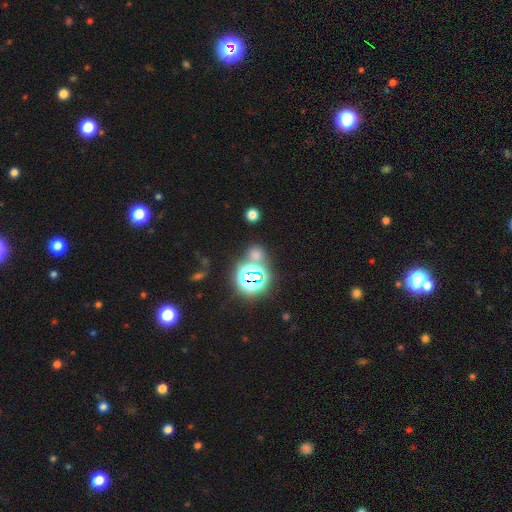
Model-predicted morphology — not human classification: star or artifact 51%, smooth 42%, featured or disk 7%.